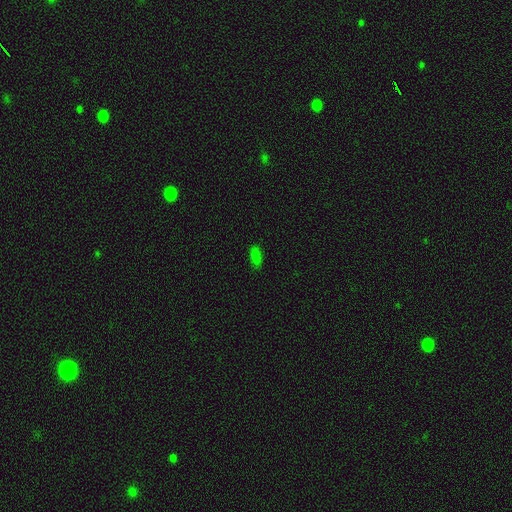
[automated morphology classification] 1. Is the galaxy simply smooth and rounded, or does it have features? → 81% smooth, 15% star or artifact, 5% featured or disk.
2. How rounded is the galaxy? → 81% in between, 16% cigar-shaped, 3% round.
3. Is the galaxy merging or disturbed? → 84% none, 12% minor disturbance, 3% major disturbance, 1% merger.